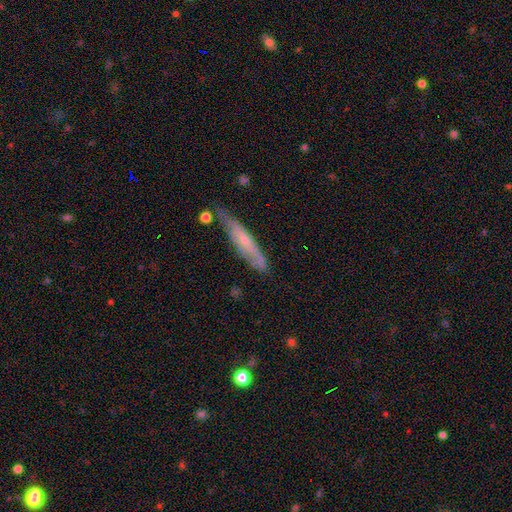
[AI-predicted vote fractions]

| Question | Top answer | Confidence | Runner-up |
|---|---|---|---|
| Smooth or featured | featured or disk | 52% | smooth (38%) |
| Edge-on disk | yes | 78% | no (22%) |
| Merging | none | 77% | minor disturbance (16%) |